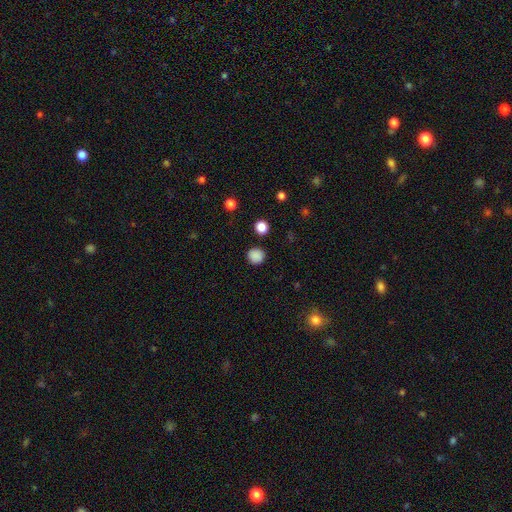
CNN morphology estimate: A smooth galaxy with no disk features (86%) that is round (94%). Merging: none (90%).